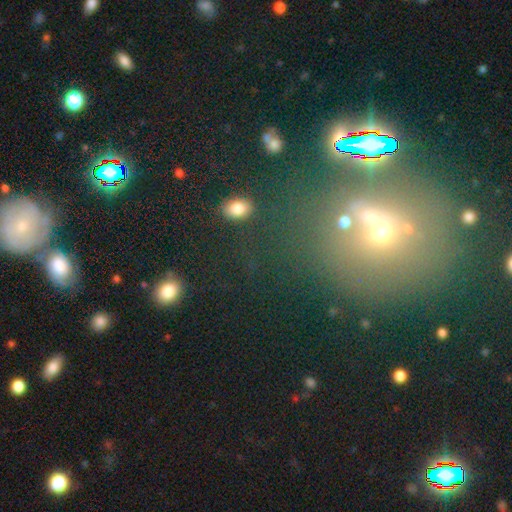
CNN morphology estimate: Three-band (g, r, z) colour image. It shows a star or artifact, not a galaxy (53%).